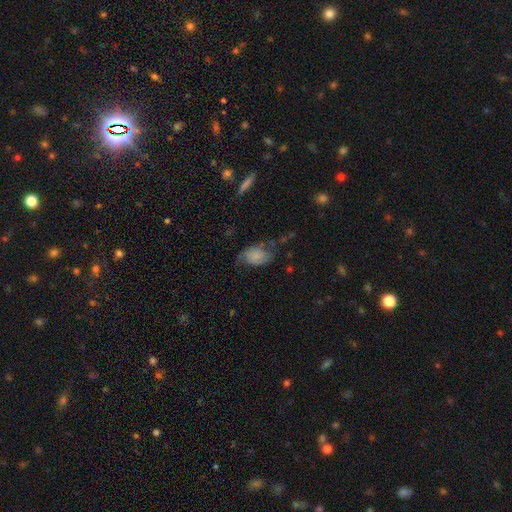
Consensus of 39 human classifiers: A smooth galaxy with no disk features (59%) that is in between round and cigar-shaped (74%).

Vote fractions:
- Smooth or featured? smooth: 59% / featured or disk: 36% / star or artifact: 5%
- How rounded? in between: 74% / round: 26% / cigar-shaped: 0%
- Merging? none: 46% / minor disturbance: 35% / major disturbance: 16% / merger: 3%